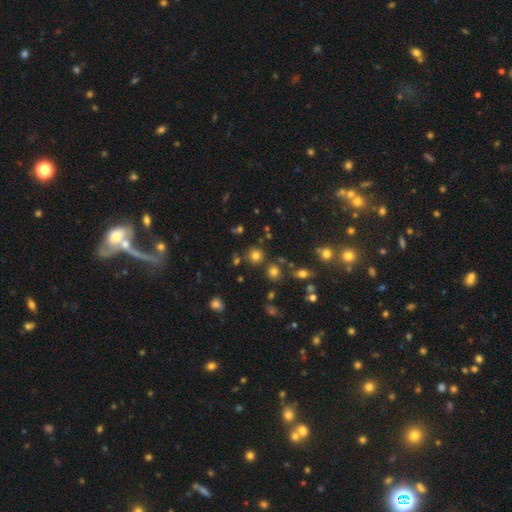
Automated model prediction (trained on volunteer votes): A smooth galaxy with no disk features (75%) that is round (91%). Merging: none (82%).